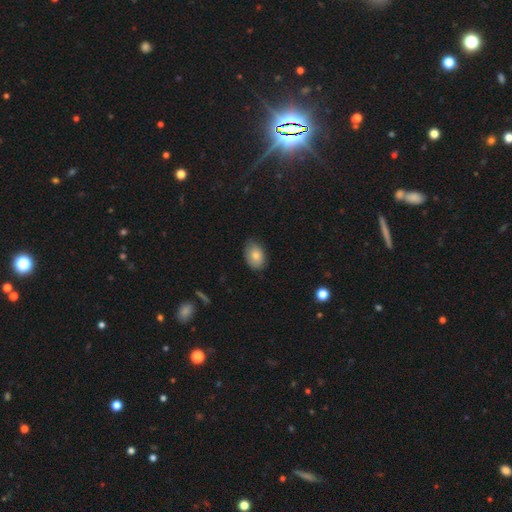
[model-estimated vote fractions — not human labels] This is clearly a smooth galaxy (81%). How rounded: clearly in between (82%). Merging: likely none (76%).